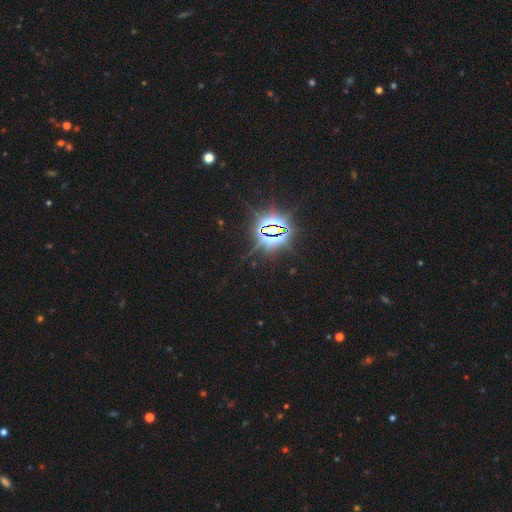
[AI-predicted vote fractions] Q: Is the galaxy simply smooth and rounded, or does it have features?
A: star or artifact — 87%.